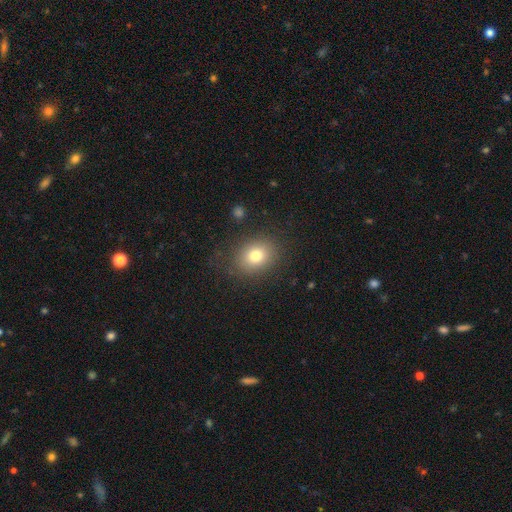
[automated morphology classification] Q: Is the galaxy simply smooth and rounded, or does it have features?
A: smooth — 78%.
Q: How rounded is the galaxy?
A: round — 52%.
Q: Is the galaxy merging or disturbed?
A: none — 83%.